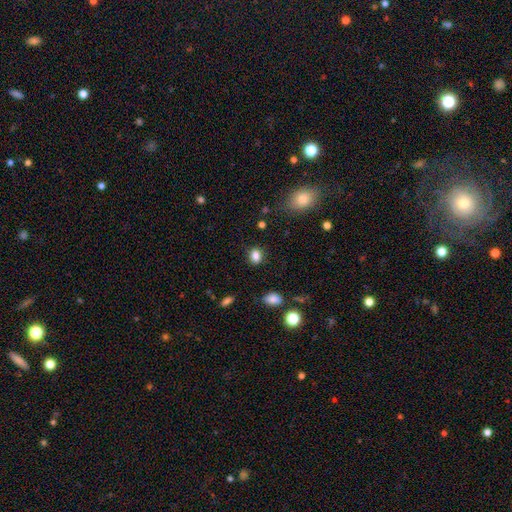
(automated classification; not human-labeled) The model was most divided on "how rounded": in between: 57%, round: 42%, cigar-shaped: 1%. More confident: smooth or featured — smooth (84%); merging — none (82%).